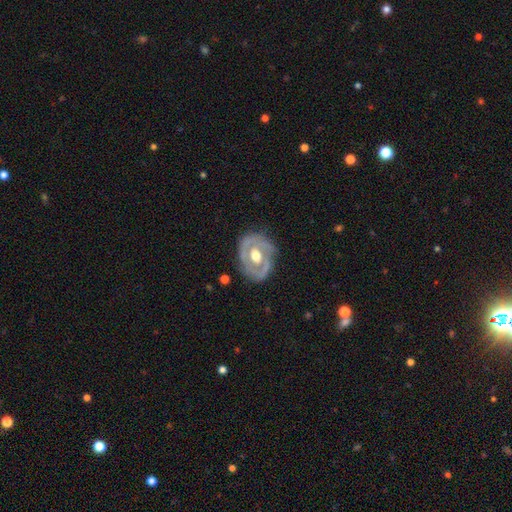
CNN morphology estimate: This appears to be a featured or disk galaxy (78%) with no bar (62%), spiral arms (59%) and a moderate central bulge (69%). Merging: none (71%).